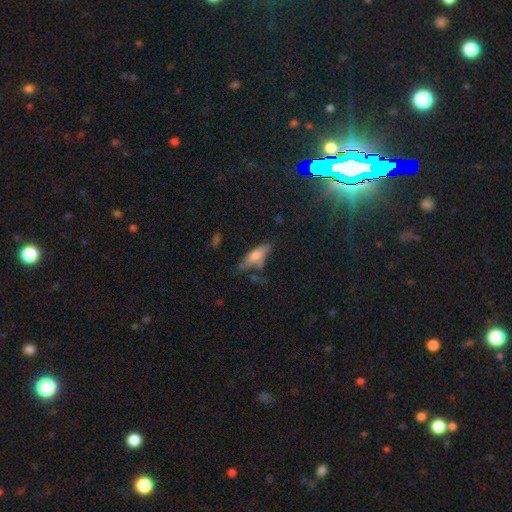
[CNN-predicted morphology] Overall: smooth (63%; featured or disk 27%). How rounded: in between (53%; cigar-shaped 44%). Merging: none (47%; minor disturbance 26%).